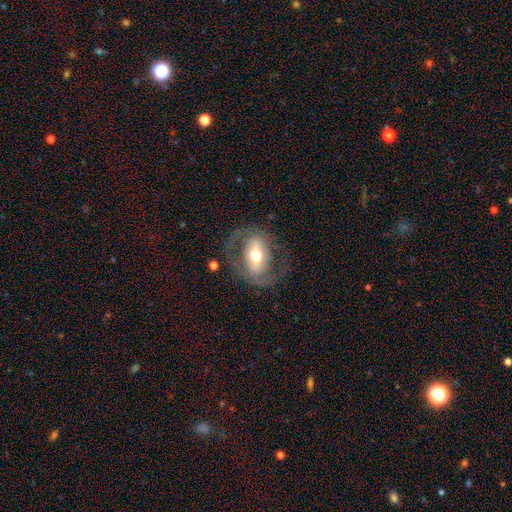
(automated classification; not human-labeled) Smooth or featured?
  - featured or disk: 69% *
  - smooth: 25%
  - star or artifact: 6%
Edge-on disk?
  - no: 92% *
  - yes: 8%
Bar?
  - strong: 44% *
  - weak: 29%
  - no: 26%
Spiral arms?
  - yes: 55% *
  - no: 45%
Bulge size?
  - moderate: 67% *
  - large: 16%
  - small: 14%
  - dominant: 2%
  - none: 1%
Merging?
  - none: 68% *
  - major disturbance: 15%
  - minor disturbance: 15%
  - merger: 2%